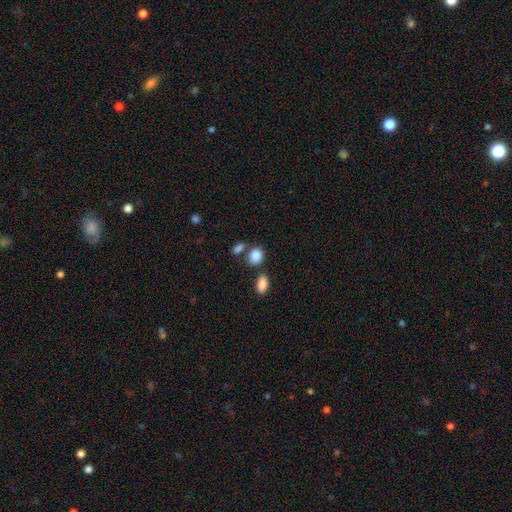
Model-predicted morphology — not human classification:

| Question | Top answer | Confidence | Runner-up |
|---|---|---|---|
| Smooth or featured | smooth | 86% | star or artifact (9%) |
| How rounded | in between | 50% | round (48%) |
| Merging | none | 63% | merger (19%) |